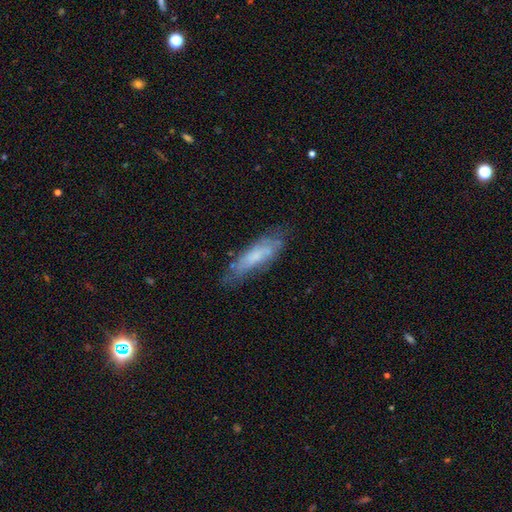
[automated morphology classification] Smooth or featured: smooth — 53% (featured or disk — 39%)
How rounded: cigar-shaped — 60% (in between — 39%)
Merging: none — 64% (minor disturbance — 25%)